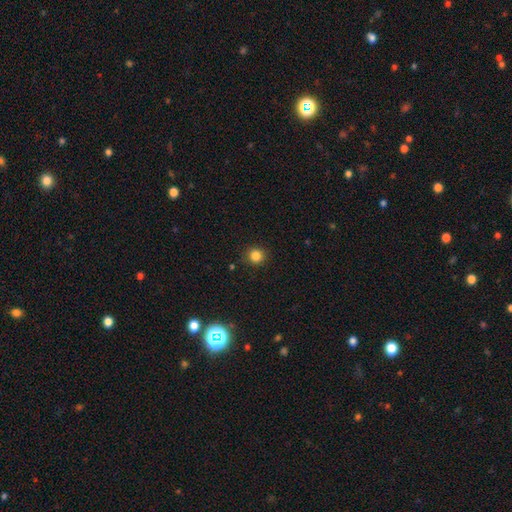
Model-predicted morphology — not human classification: Smooth or featured?
  - smooth: 83% *
  - star or artifact: 12%
  - featured or disk: 4%
How rounded?
  - round: 93% *
  - in between: 6%
  - cigar-shaped: 1%
Merging?
  - none: 90% *
  - minor disturbance: 7%
  - major disturbance: 2%
  - merger: 1%